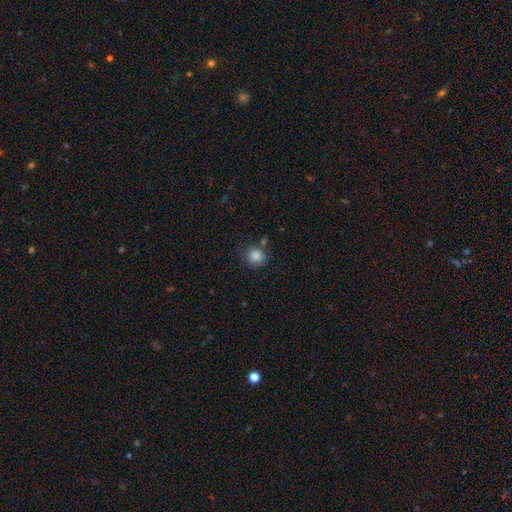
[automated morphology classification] type=smooth (86%); roundness=round (85%); merging=none (71%).